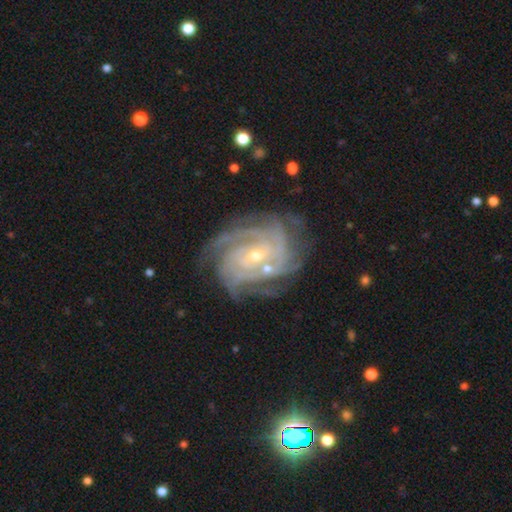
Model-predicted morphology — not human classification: featured or disk 90%, star or artifact 5%, smooth 4%. Down the decision tree: edge-on disk — no (97%); bar — no (54%); spiral arms — yes (98%); spiral arm count — 4 (35%); spiral winding — tight (74%); bulge size — small (60%); merging — none (68%).